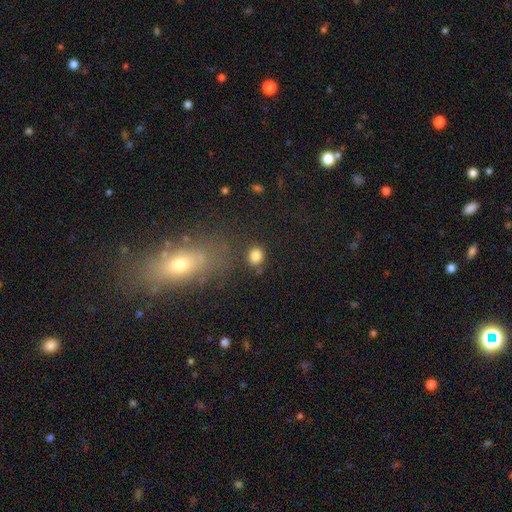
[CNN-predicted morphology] Overall: smooth (83%). How rounded: round (75%). Merging: none (82%).